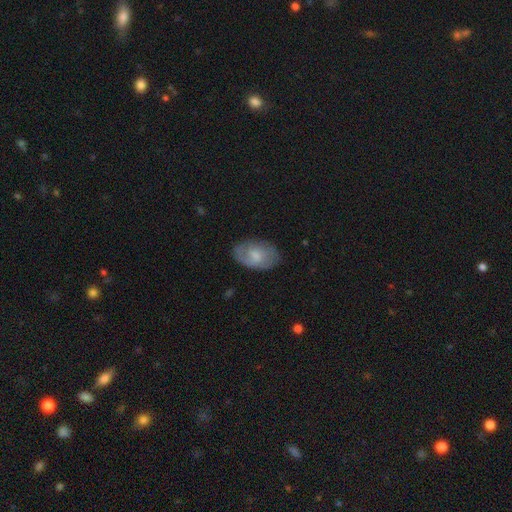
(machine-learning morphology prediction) type=smooth (59%); roundness=in between (90%); merging=none (71%).